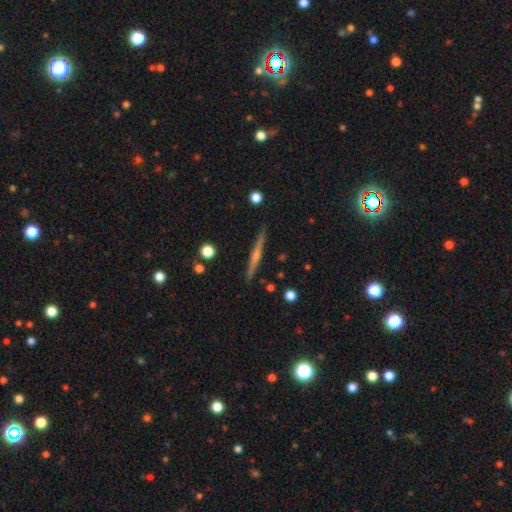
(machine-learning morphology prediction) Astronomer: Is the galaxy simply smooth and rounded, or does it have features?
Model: featured or disk — 68%.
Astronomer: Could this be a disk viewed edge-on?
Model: yes — 98%.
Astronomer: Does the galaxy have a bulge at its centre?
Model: rounded — 64%.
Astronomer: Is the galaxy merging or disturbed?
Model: none — 90%.